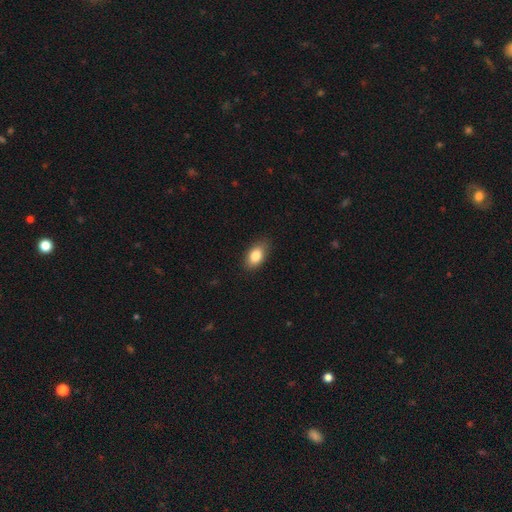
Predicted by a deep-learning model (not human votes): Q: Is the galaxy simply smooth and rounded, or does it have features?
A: smooth — 83%.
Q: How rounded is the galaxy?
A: in between — 89%.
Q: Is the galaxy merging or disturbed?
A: none — 83%.